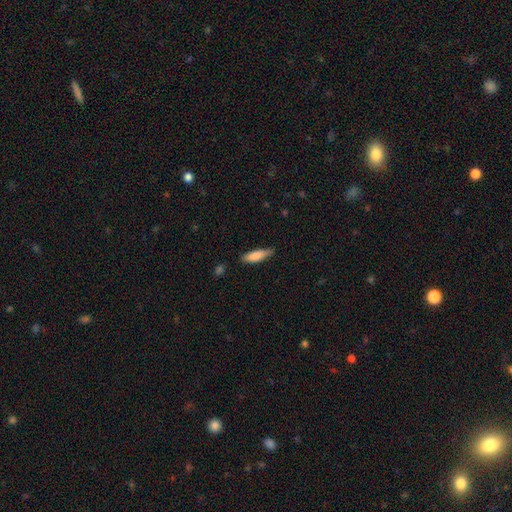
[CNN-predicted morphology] A smooth galaxy with no disk features (82%) that is cigar-shaped (58%). Merging: none (72%).